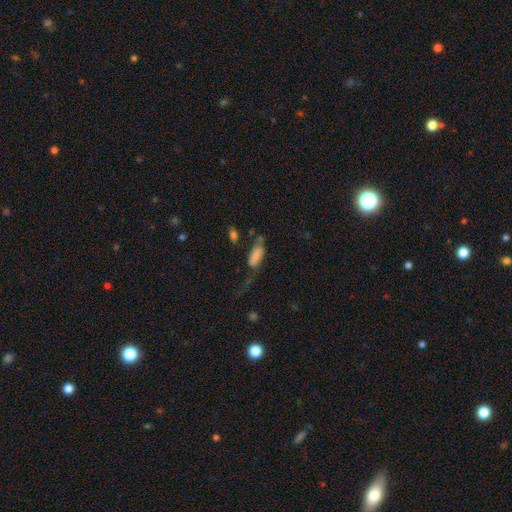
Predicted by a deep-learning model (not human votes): smooth-or-featured: smooth: 75% | featured or disk: 16% | star or artifact: 9%
  how-rounded: in between: 81% | cigar-shaped: 16% | round: 3%
  merging: major disturbance: 35% | none: 29% | minor disturbance: 25% | merger: 11%